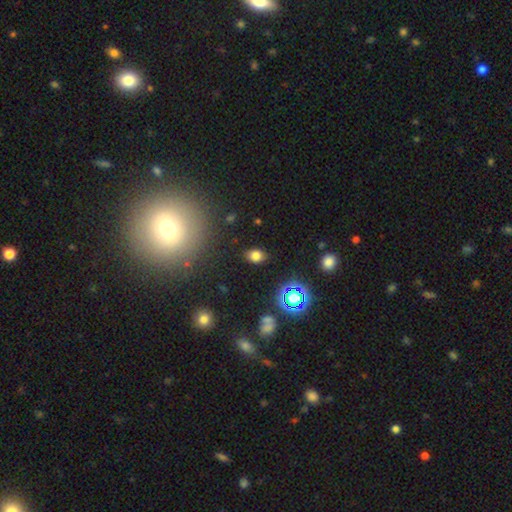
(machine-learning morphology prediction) smooth_or_featured: smooth (p=0.76) [alt: star or artifact p=0.17]
how_rounded: in between (p=0.72) [alt: round p=0.27]
merging: none (p=0.84) [alt: minor disturbance p=0.11]